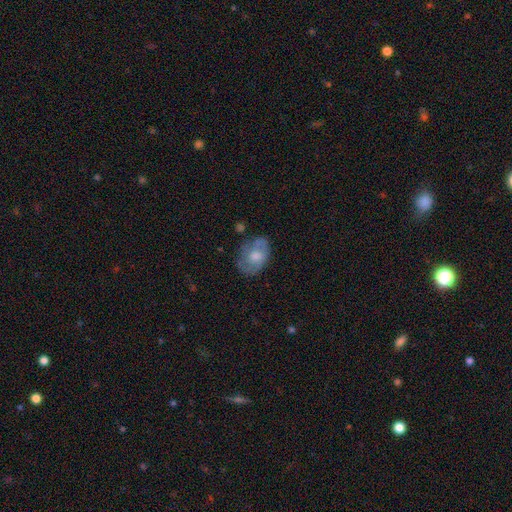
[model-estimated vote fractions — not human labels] This is possibly a smooth galaxy (56%). How rounded: likely in between (80%). Merging: possibly none (60%).